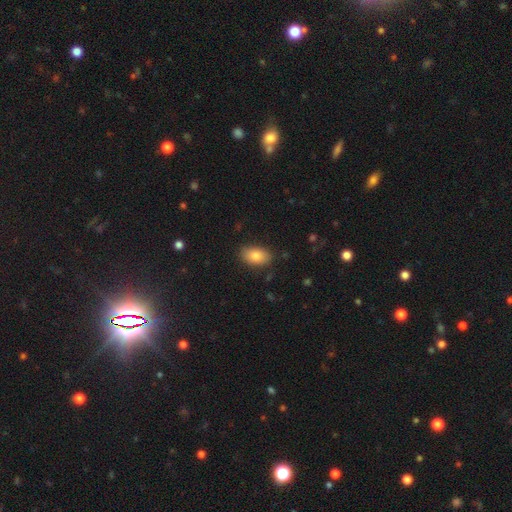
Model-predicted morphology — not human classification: A smooth galaxy with no disk features (84%) that is in between round and cigar-shaped (91%). Merging: none (85%).